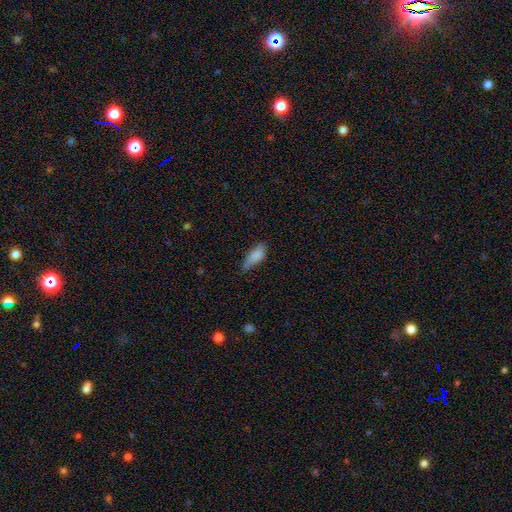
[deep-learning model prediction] Morphology: type=smooth (82%); roundness=in between (80%); merging=minor disturbance (45%).